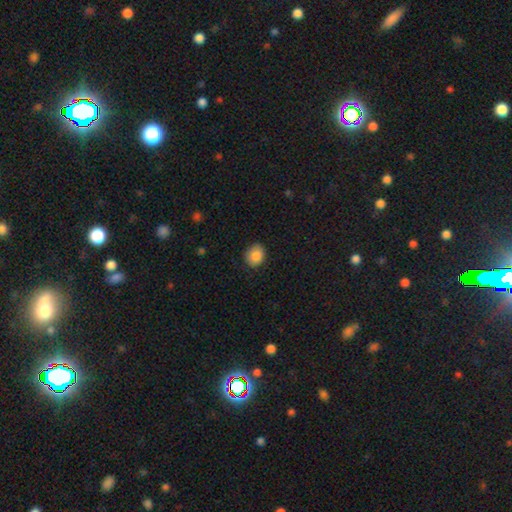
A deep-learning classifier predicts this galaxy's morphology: smooth_or_featured: smooth (p=0.86) [alt: star or artifact p=0.08]
how_rounded: round (p=0.59) [alt: in between p=0.41]
merging: none (p=0.83) [alt: minor disturbance p=0.14]